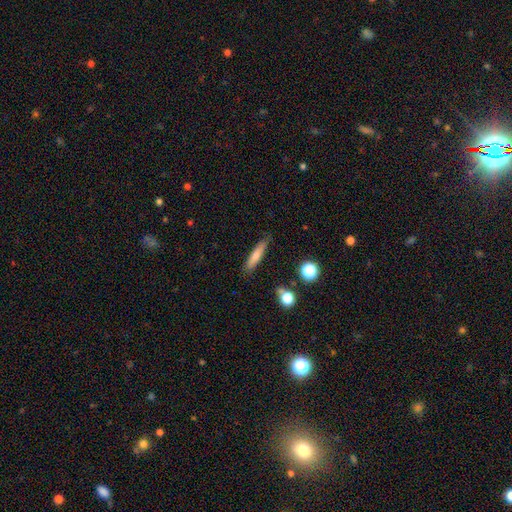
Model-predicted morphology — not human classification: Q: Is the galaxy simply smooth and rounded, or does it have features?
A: smooth — 69%.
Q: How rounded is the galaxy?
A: cigar-shaped — 85%.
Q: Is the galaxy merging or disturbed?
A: none — 83%.